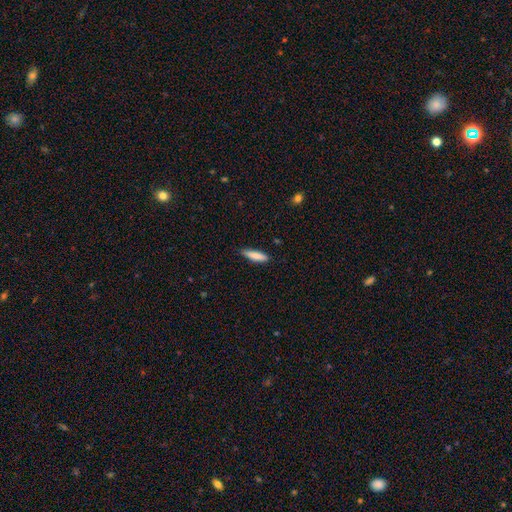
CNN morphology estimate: Smooth or featured? smooth (84%)
How rounded? cigar-shaped (73%)
Merging? none (83%)